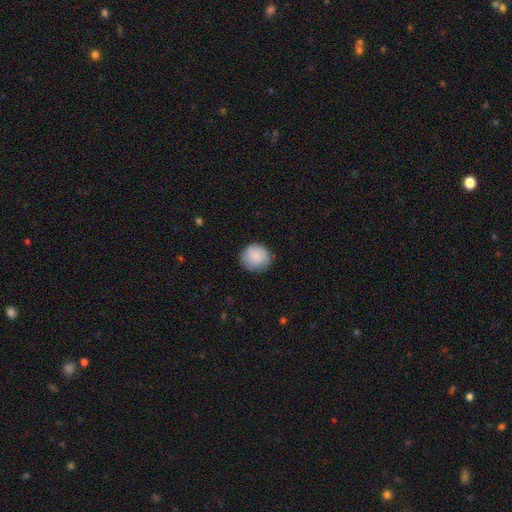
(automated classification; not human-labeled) smooth-or-featured: smooth: 85% | featured or disk: 9% | star or artifact: 6%
  how-rounded: round: 89% | in between: 10% | cigar-shaped: 1%
  merging: none: 83% | minor disturbance: 13% | major disturbance: 3% | merger: 1%